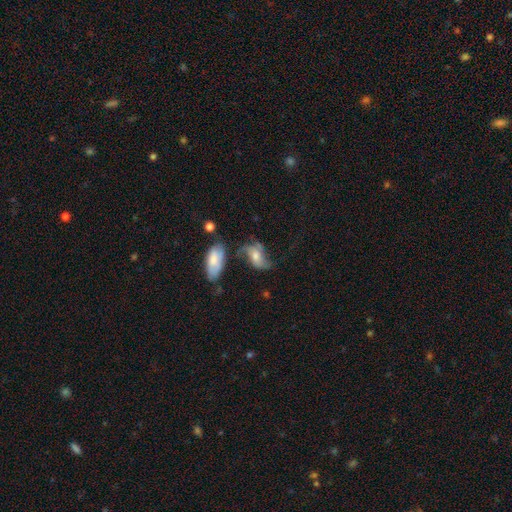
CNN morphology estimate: Smooth or featured?
  - featured or disk: 54% *
  - smooth: 36%
  - star or artifact: 10%
Edge-on disk?
  - no: 94% *
  - yes: 6%
Bar?
  - no: 61% *
  - weak: 31%
  - strong: 8%
Spiral arms?
  - yes: 80% *
  - no: 20%
Bulge size?
  - moderate: 54% *
  - small: 27%
  - large: 11%
  - none: 6%
  - dominant: 2%
Merging?
  - none: 38% *
  - minor disturbance: 25%
  - major disturbance: 24%
  - merger: 13%